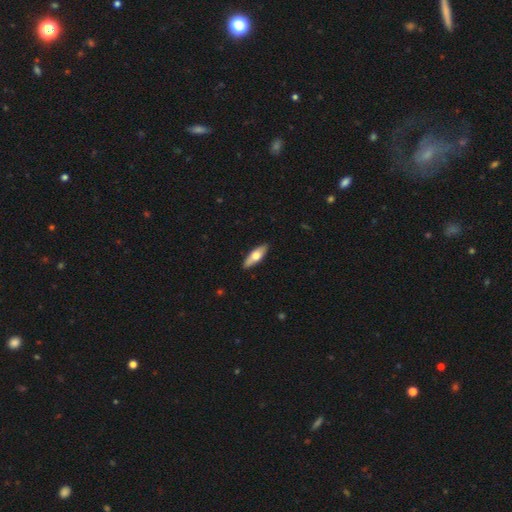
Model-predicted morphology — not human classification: Smooth or featured: smooth — 58% (featured or disk — 37%)
How rounded: in between — 57% (cigar-shaped — 41%)
Merging: none — 89% (minor disturbance — 8%)